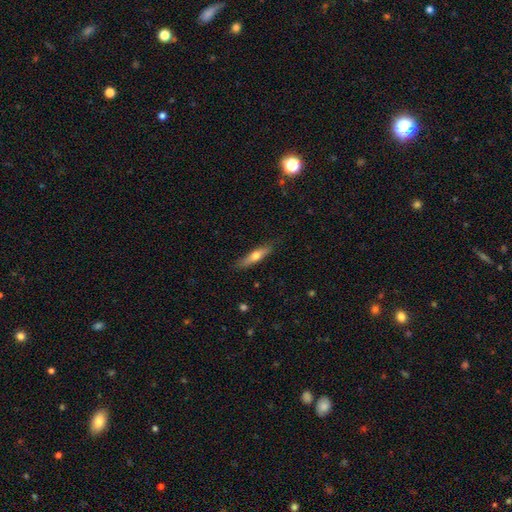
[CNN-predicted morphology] This is possibly a smooth galaxy (52%). How rounded: likely cigar-shaped (78%). Merging: clearly none (85%).